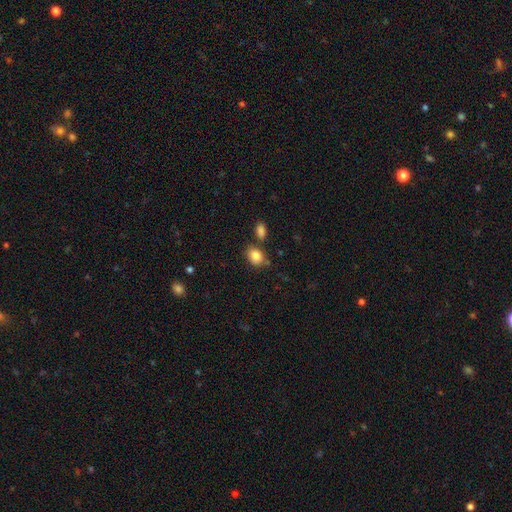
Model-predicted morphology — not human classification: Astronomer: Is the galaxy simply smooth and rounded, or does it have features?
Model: smooth — 85%.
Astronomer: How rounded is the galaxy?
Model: in between — 62% (runner-up: round, 37%).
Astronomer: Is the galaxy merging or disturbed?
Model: none — 68%.